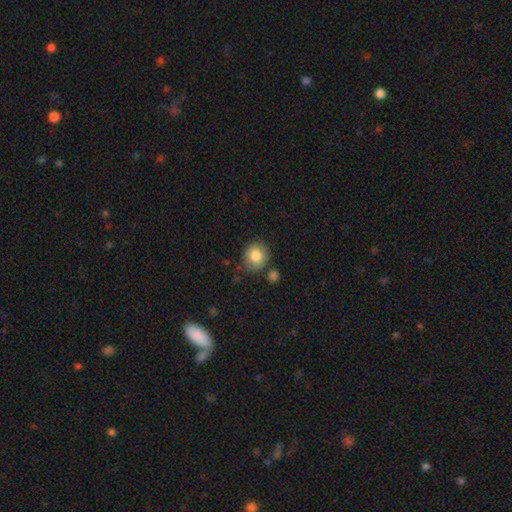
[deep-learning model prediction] A smooth galaxy with no disk features (83%) that is round (72%). Merging: none (75%).